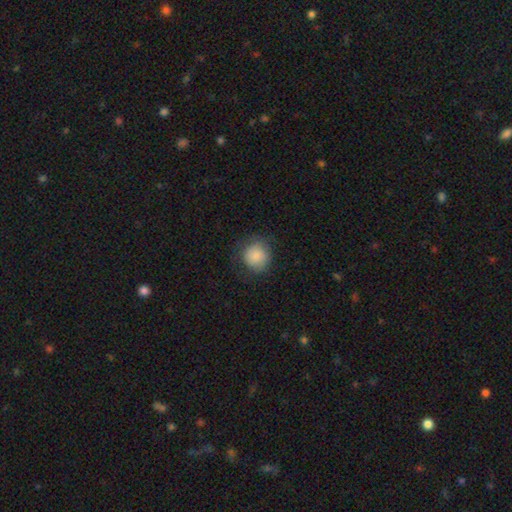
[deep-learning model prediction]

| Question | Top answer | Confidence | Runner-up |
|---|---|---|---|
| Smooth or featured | smooth | 85% | star or artifact (8%) |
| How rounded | round | 90% | in between (9%) |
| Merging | none | 78% | minor disturbance (15%) |